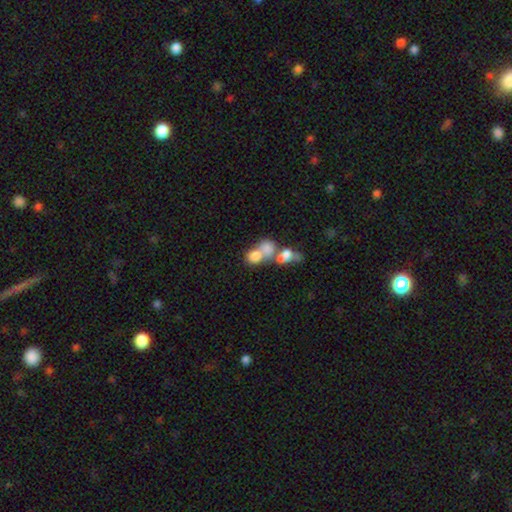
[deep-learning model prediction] This appears to be a smooth galaxy with no disk features (70%) that is round (56%). Merging: merger (63%).